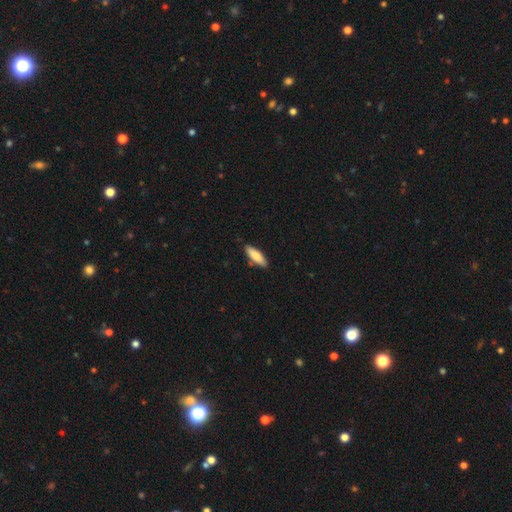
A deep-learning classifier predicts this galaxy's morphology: smooth_or_featured: smooth (p=0.80) [alt: featured or disk p=0.14]
how_rounded: cigar-shaped (p=0.51) [alt: in between p=0.48]
merging: none (p=0.84) [alt: minor disturbance p=0.12]